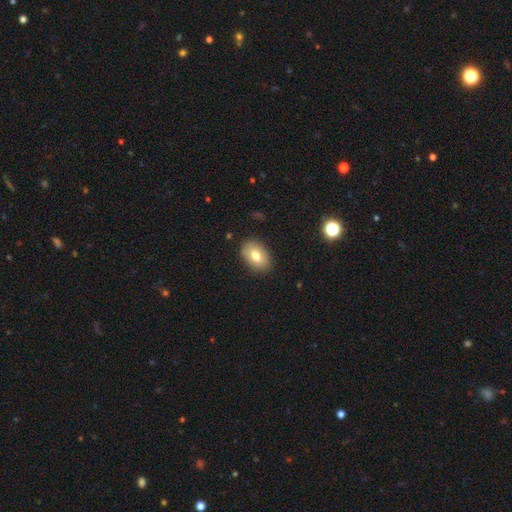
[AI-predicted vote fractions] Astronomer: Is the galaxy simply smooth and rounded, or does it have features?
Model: smooth — 77%.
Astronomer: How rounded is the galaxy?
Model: in between — 85%.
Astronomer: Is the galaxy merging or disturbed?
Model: none — 86%.